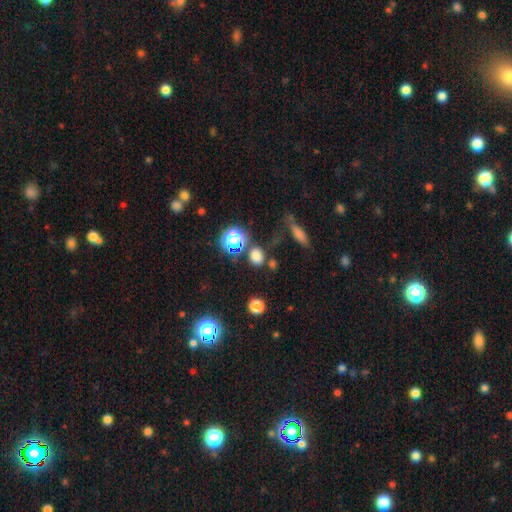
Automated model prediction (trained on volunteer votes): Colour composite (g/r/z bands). It shows a smooth galaxy with no disk features (67%) that is round (67%). Merging: none (75%).